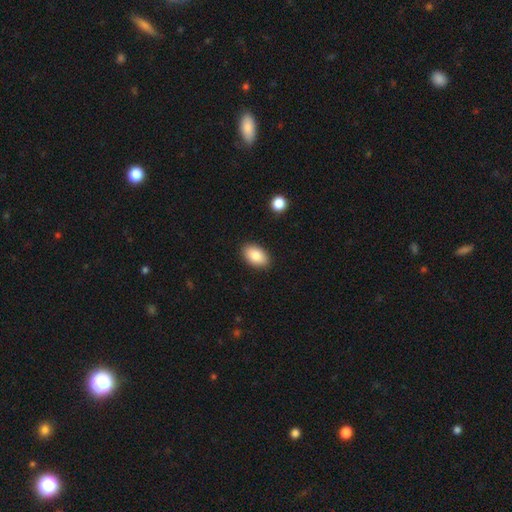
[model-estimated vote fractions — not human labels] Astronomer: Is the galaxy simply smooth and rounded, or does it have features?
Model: smooth — 85%.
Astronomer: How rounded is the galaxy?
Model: in between — 92%.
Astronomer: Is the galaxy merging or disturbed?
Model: none — 88%.